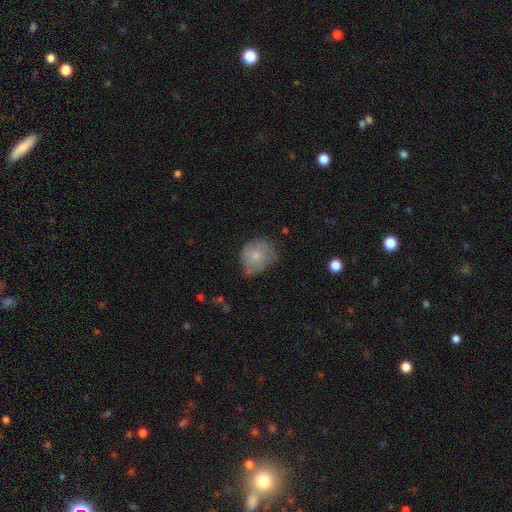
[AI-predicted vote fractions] Overall: smooth (71%). How rounded: round (72%). Merging: none (50%; minor disturbance 37%).